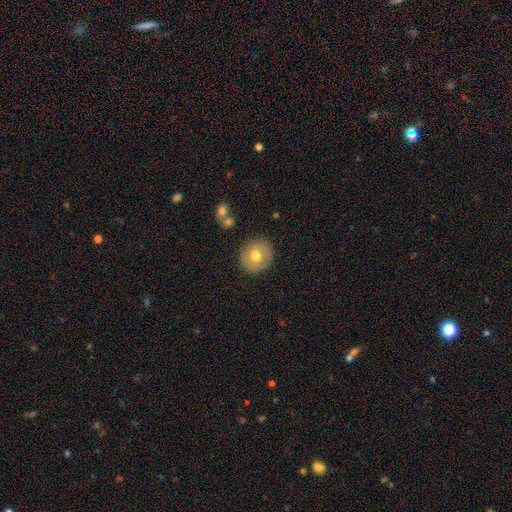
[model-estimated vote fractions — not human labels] Overall: smooth (72%). How rounded: round (90%). Merging: none (86%).